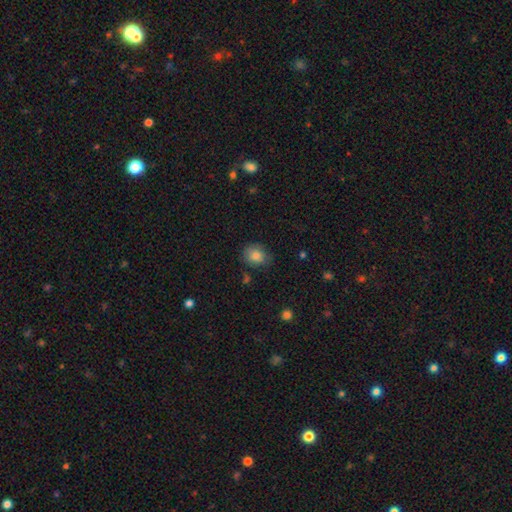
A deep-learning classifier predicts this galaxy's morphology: This is clearly a smooth galaxy (83%). How rounded: possibly round (54%). Merging: likely none (72%).